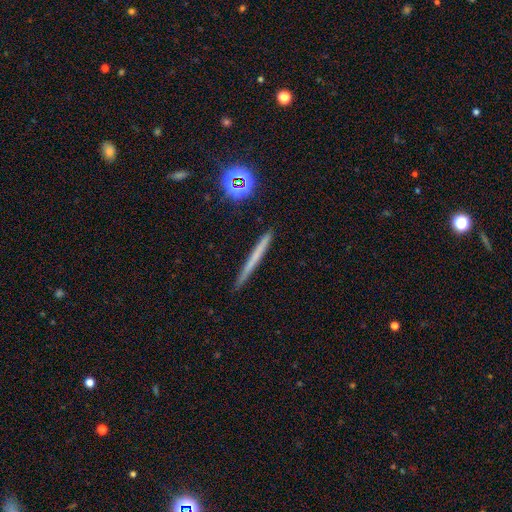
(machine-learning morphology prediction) A smooth galaxy with no disk features (49%). Merging: none (89%).